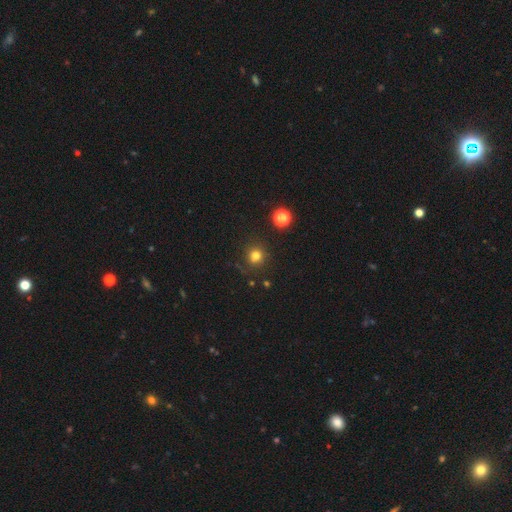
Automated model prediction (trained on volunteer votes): The model was most divided on "smooth or featured": smooth: 78%, star or artifact: 16%, featured or disk: 6%. More confident: how rounded — round (90%); merging — none (84%).